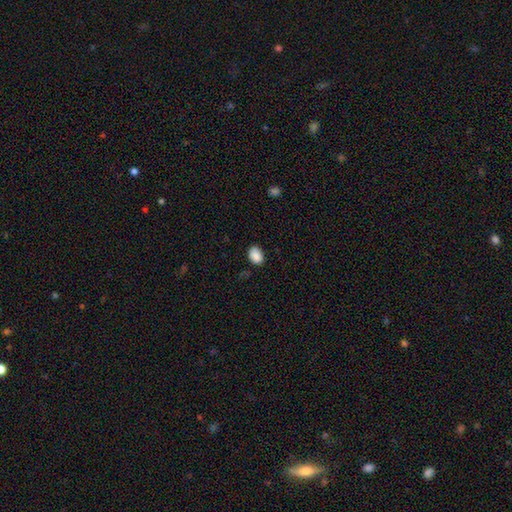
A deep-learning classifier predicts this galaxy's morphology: A smooth galaxy with no disk features (88%) that is in between round and cigar-shaped (77%).

Vote fractions:
- Smooth or featured? smooth: 88% / star or artifact: 8% / featured or disk: 4%
- How rounded? in between: 77% / round: 22% / cigar-shaped: 1%
- Merging? none: 81% / minor disturbance: 14% / major disturbance: 3% / merger: 1%